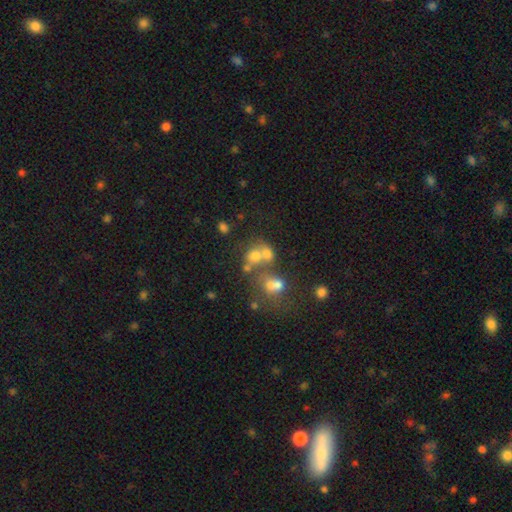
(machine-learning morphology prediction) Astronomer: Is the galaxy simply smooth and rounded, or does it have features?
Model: smooth — 60%.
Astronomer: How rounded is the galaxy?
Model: round — 64%.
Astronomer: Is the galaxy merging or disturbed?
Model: merger — 48% (runner-up: none, 34%).